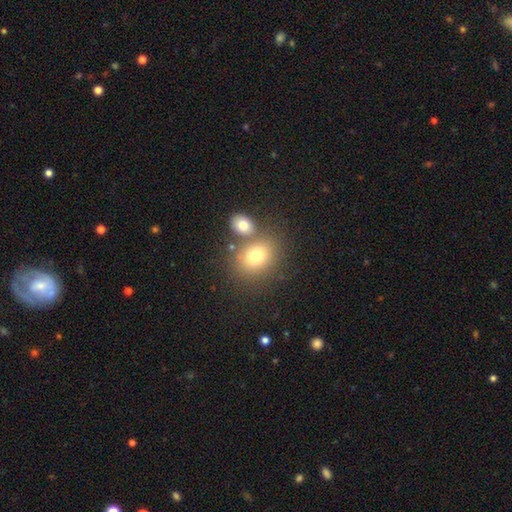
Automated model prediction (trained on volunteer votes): Smooth or featured? smooth (76%)
How rounded? in between (52%)
Merging? none (56%)